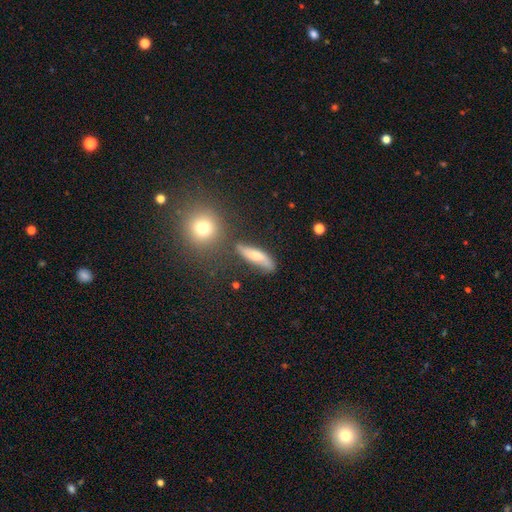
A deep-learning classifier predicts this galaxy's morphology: Smooth or featured: smooth — 52% (featured or disk — 39%)
How rounded: cigar-shaped — 55% (in between — 39%)
Merging: none — 66% (minor disturbance — 19%)